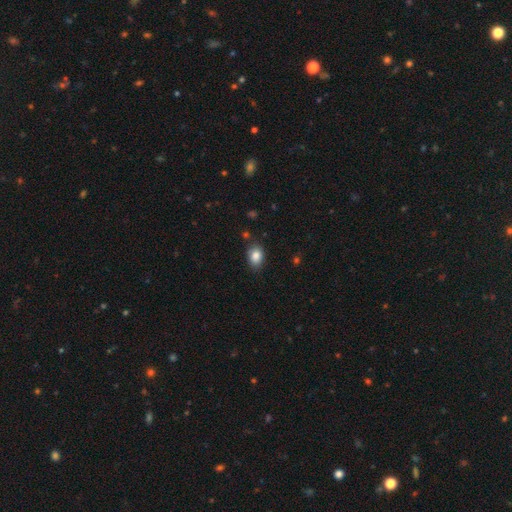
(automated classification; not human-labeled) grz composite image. It shows a smooth galaxy with no disk features (85%) that is in between round and cigar-shaped (74%). Merging: none (81%).